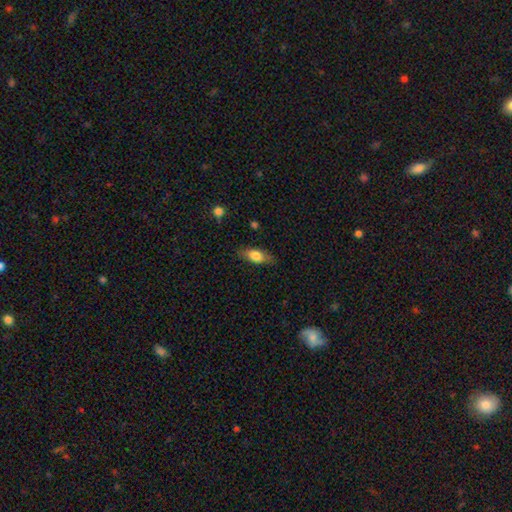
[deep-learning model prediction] Morphology: type=smooth (73%); roundness=in between (78%); merging=none (79%).